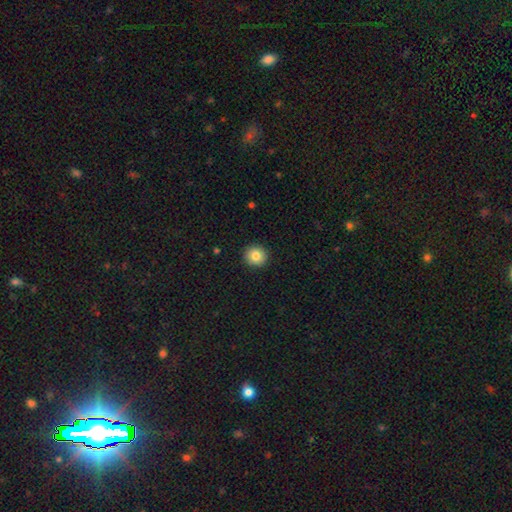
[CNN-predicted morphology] smooth_or_featured: smooth (p=0.84) [alt: star or artifact p=0.10]
how_rounded: round (p=0.92) [alt: in between p=0.07]
merging: none (p=0.93) [alt: minor disturbance p=0.05]